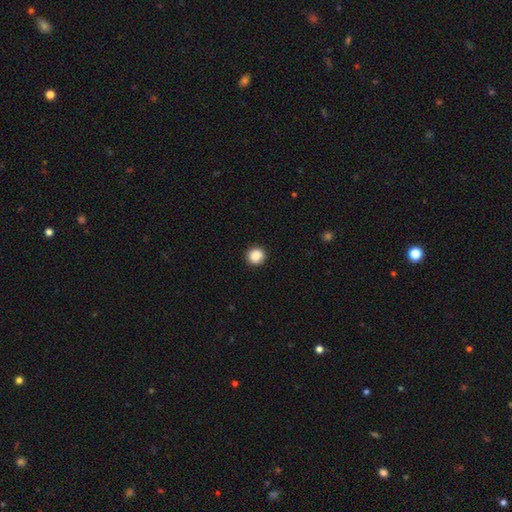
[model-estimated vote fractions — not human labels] smooth_or_featured: smooth (p=0.87) [alt: star or artifact p=0.09]
how_rounded: round (p=0.93) [alt: in between p=0.06]
merging: none (p=0.90) [alt: minor disturbance p=0.07]